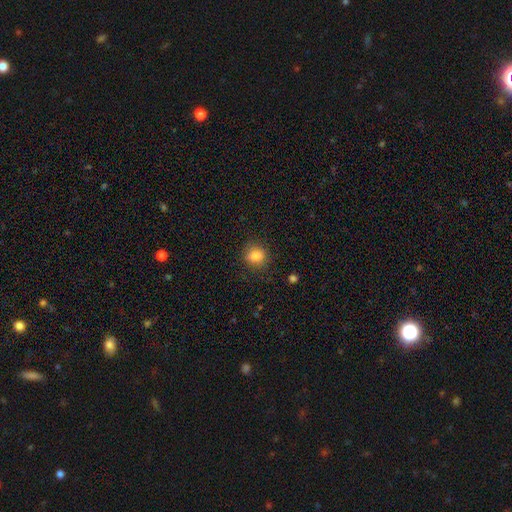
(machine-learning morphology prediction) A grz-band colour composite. It shows a smooth galaxy with no disk features (84%) that is round (81%). Merging: none (87%).